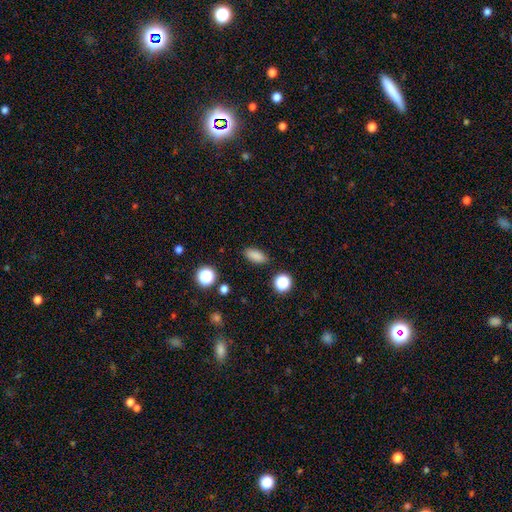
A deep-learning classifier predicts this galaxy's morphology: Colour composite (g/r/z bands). It shows a smooth galaxy with no disk features (84%) that is in between round and cigar-shaped (79%). Merging: none (88%).